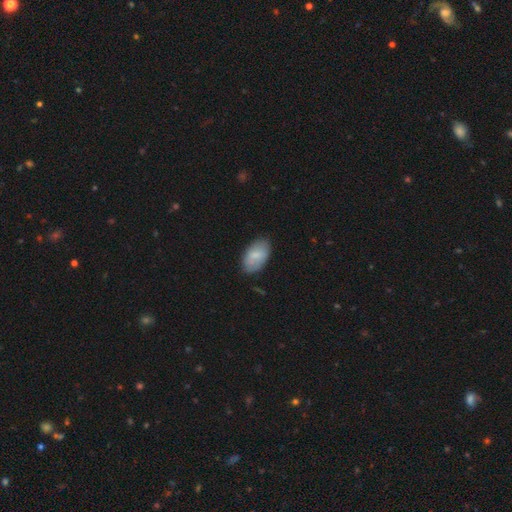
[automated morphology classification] smooth-or-featured: smooth: 76% | featured or disk: 18% | star or artifact: 6%
  how-rounded: in between: 94% | round: 4% | cigar-shaped: 2%
  merging: none: 75% | minor disturbance: 20% | major disturbance: 4% | merger: 2%